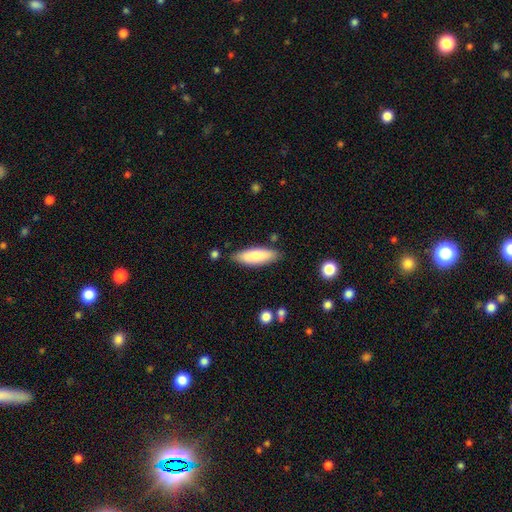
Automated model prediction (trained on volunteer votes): Smooth or featured?
  - smooth: 81% *
  - featured or disk: 14%
  - star or artifact: 6%
How rounded?
  - in between: 50% *
  - cigar-shaped: 48%
  - round: 2%
Merging?
  - none: 83% *
  - minor disturbance: 13%
  - merger: 2%
  - major disturbance: 2%